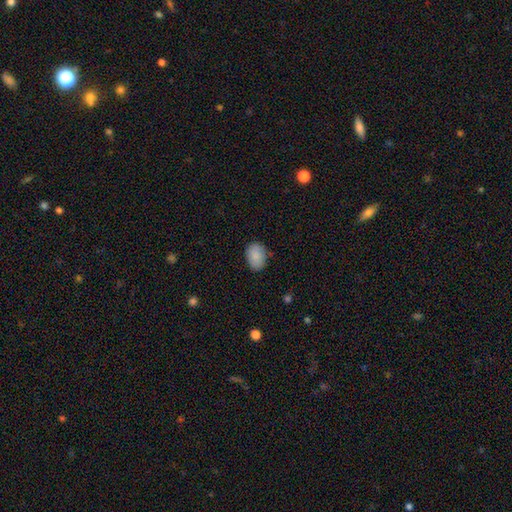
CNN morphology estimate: This is clearly a smooth galaxy (88%). How rounded: likely in between (79%). Merging: clearly none (80%).